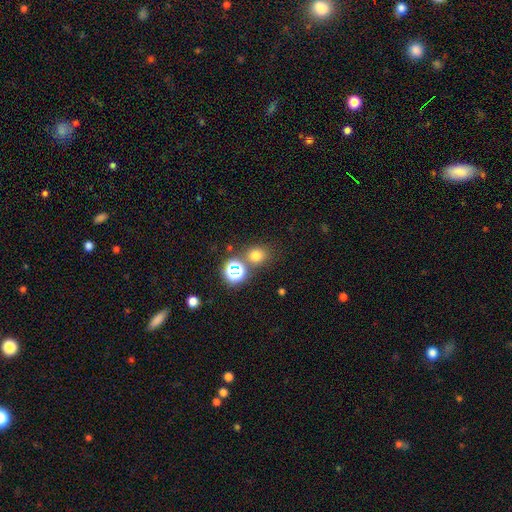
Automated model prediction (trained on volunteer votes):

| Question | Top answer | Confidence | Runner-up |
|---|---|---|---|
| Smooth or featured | smooth | 70% | star or artifact (24%) |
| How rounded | round | 80% | in between (19%) |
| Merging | none | 71% | merger (16%) |